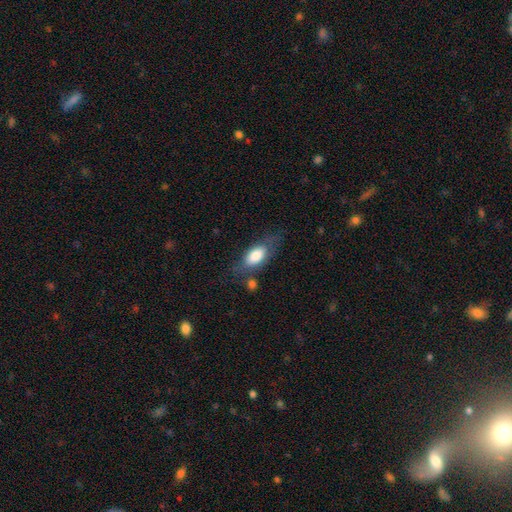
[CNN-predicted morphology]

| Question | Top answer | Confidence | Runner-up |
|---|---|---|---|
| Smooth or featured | smooth | 77% | featured or disk (16%) |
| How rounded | in between | 86% | cigar-shaped (10%) |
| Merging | none | 60% | minor disturbance (23%) |